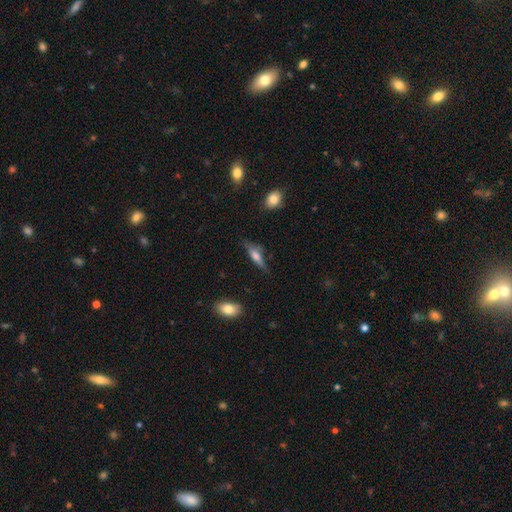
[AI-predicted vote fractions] Morphology: type=smooth (53%); roundness=cigar-shaped (56%); merging=none (69%).